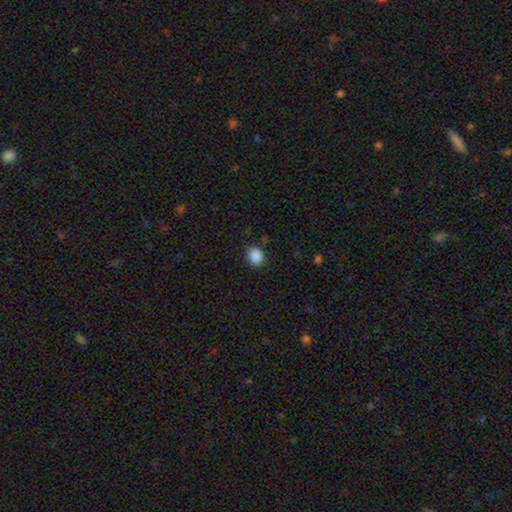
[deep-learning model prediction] smooth_or_featured: smooth (p=0.88) [alt: star or artifact p=0.09]
how_rounded: round (p=0.58) [alt: in between p=0.41]
merging: none (p=0.85) [alt: minor disturbance p=0.11]